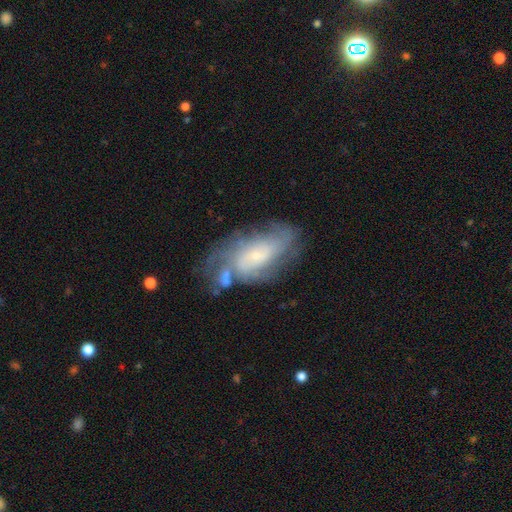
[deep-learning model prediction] A featured or disk galaxy (71%) with no bar (65%), tight (48%) spiral arms (85%) and a small central bulge (69%).

Vote fractions:
- Smooth or featured? featured or disk: 71% / smooth: 21% / star or artifact: 8%
- Edge-on disk? no: 93% / yes: 7%
- Bar? no: 65% / weak: 28% / strong: 7%
- Spiral arms? yes: 85% / no: 15%
- Spiral winding? tight: 48% / medium: 35% / loose: 17%
- Spiral arm count? can't tell: 47% / 2: 17% / 3: 13% / 4: 12% / more than 4: 6% / 1: 4%
- Bulge size? small: 69% / moderate: 19% / none: 7% / large: 4% / dominant: 1%
- Merging? none: 53% / minor disturbance: 21% / major disturbance: 15% / merger: 10%